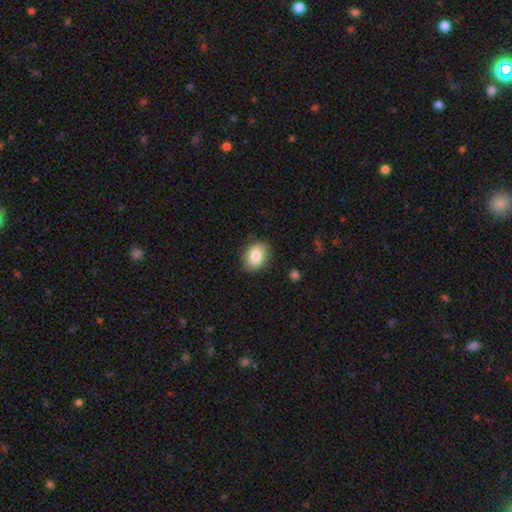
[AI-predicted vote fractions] Q: Smooth or featured?
A: smooth (84%); runner-up: featured or disk (8%)
Q: How rounded?
A: in between (65%); runner-up: round (34%)
Q: Merging?
A: none (87%); runner-up: minor disturbance (10%)